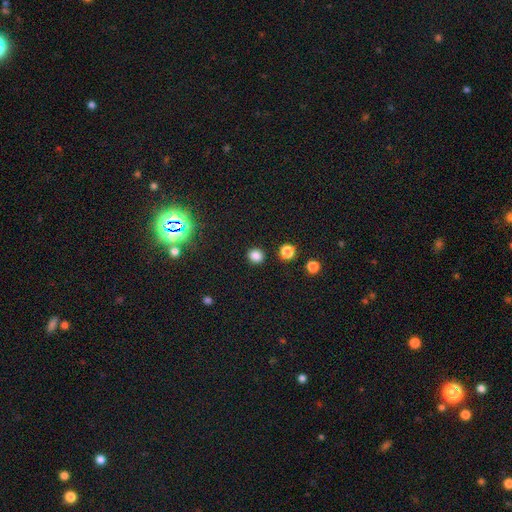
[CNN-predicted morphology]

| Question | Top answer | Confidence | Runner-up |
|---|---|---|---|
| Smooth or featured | smooth | 82% | star or artifact (14%) |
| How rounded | round | 82% | in between (17%) |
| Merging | none | 89% | minor disturbance (6%) |